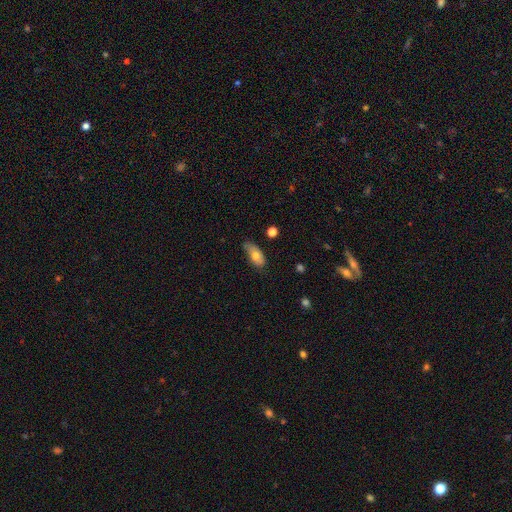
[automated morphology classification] Smooth or featured?
  - smooth: 70% *
  - featured or disk: 23%
  - star or artifact: 8%
How rounded?
  - in between: 87% *
  - cigar-shaped: 8%
  - round: 5%
Merging?
  - none: 55% *
  - minor disturbance: 34%
  - major disturbance: 8%
  - merger: 2%